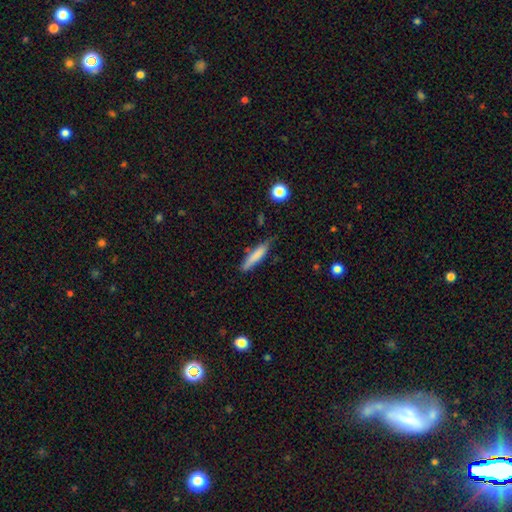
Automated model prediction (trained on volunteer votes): Overall: smooth (77%). How rounded: cigar-shaped (84%). Merging: none (68%).